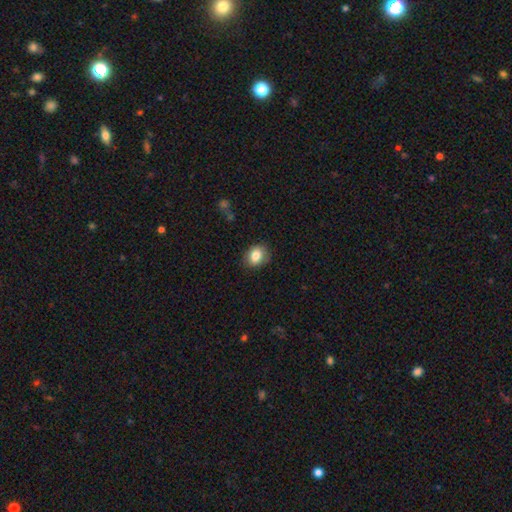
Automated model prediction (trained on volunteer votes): smooth 84%, star or artifact 9%, featured or disk 8%. Down the decision tree: how rounded — in between (57%); merging — none (82%).